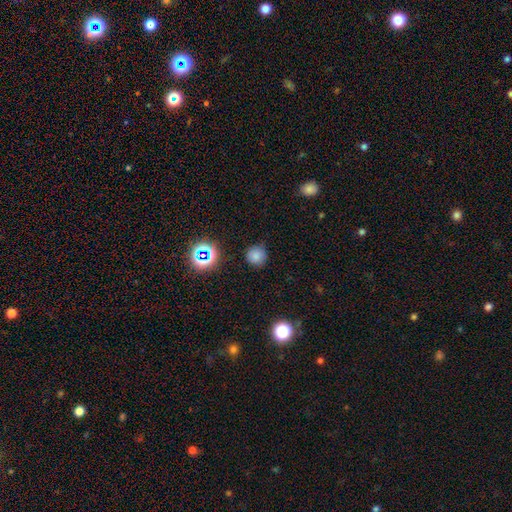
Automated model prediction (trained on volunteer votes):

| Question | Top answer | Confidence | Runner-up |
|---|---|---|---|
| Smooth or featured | smooth | 75% | star or artifact (19%) |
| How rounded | round | 93% | in between (6%) |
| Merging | none | 81% | minor disturbance (13%) |